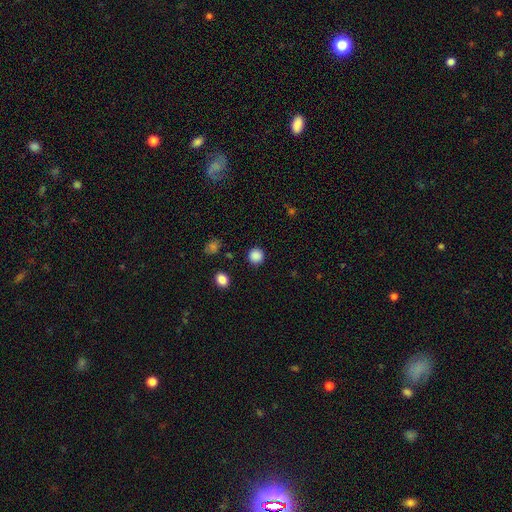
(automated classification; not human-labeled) Smooth or featured: smooth — 87% (star or artifact — 11%)
How rounded: round — 93% (in between — 6%)
Merging: none — 90% (minor disturbance — 6%)